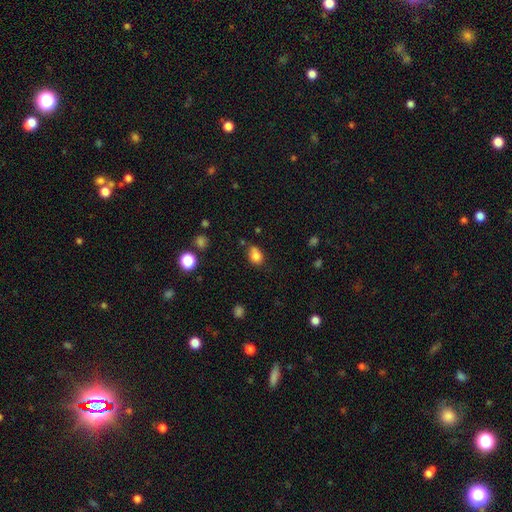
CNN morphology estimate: smooth-or-featured: smooth: 81% | star or artifact: 11% | featured or disk: 8%
  how-rounded: in between: 65% | round: 34% | cigar-shaped: 1%
  merging: none: 60% | minor disturbance: 27% | merger: 8% | major disturbance: 6%